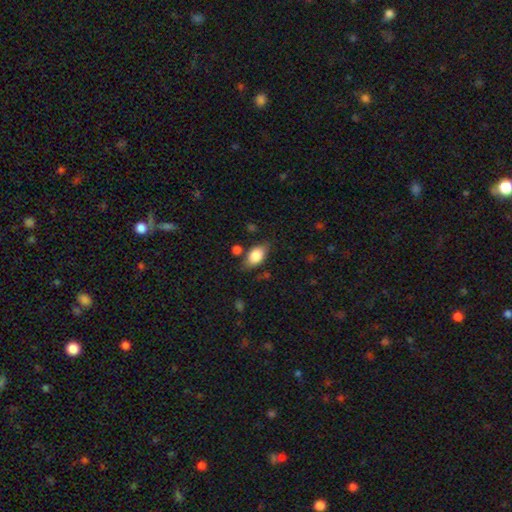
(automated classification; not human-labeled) A smooth galaxy with no disk features (80%) that is in between round and cigar-shaped (88%).

Vote fractions:
- Smooth or featured? smooth: 80% / featured or disk: 13% / star or artifact: 7%
- How rounded? in between: 88% / round: 8% / cigar-shaped: 4%
- Merging? none: 70% / minor disturbance: 20% / major disturbance: 5% / merger: 5%